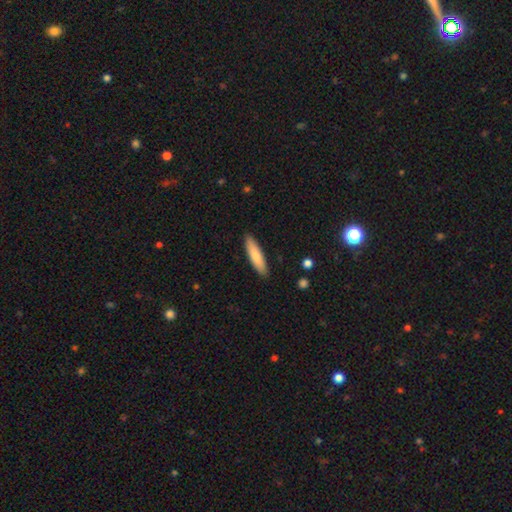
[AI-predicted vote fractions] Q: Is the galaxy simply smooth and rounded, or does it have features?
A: smooth — 77%.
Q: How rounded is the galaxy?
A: cigar-shaped — 74%.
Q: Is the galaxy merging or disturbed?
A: none — 89%.